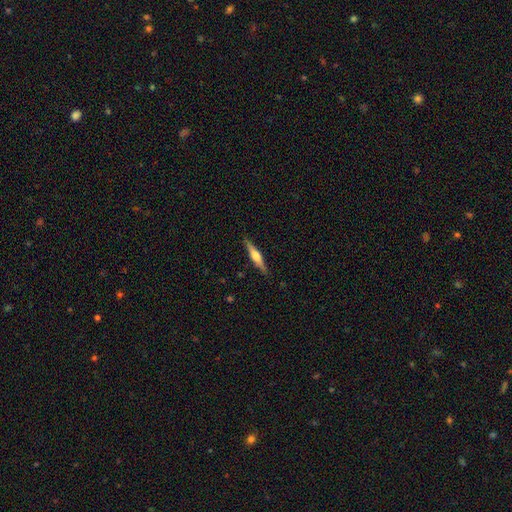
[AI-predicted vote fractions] Smooth or featured? Predicted: featured or disk (p=0.64). Edge-on disk? Predicted: yes (p=0.97). Edge-on bulge? Predicted: rounded (p=0.85). Merging? Predicted: none (p=0.89).